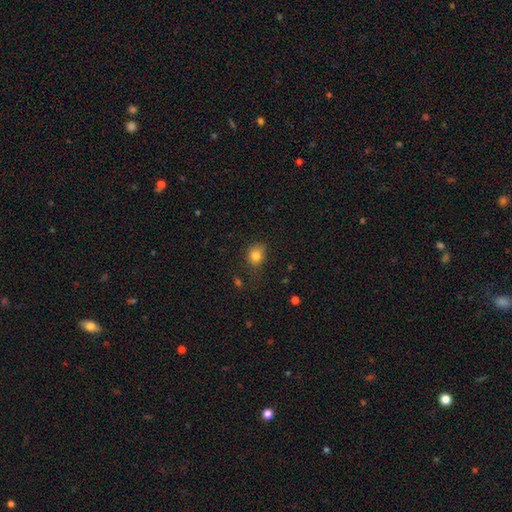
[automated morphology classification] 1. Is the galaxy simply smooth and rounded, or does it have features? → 82% smooth, 12% star or artifact, 6% featured or disk.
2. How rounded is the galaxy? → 62% round, 37% in between, 1% cigar-shaped.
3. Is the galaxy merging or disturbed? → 67% none, 24% minor disturbance, 7% major disturbance, 2% merger.